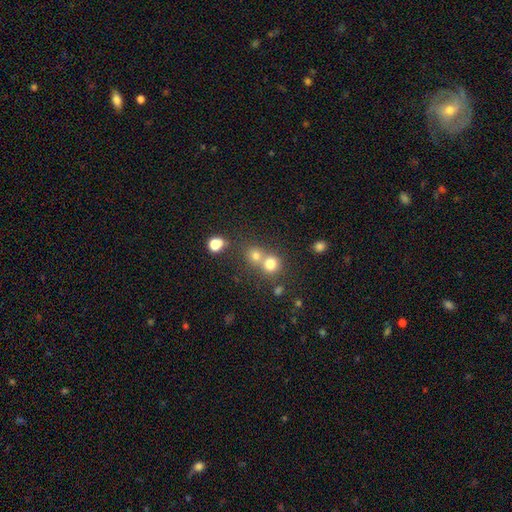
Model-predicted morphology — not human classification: Smooth or featured: smooth — 74% (star or artifact — 17%)
How rounded: round — 86% (in between — 13%)
Merging: none — 46% (merger — 45%)